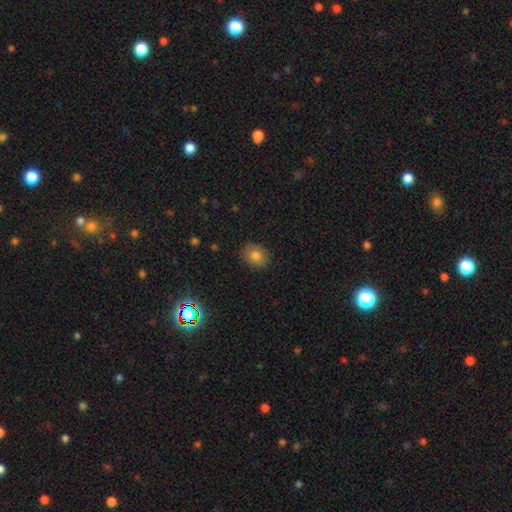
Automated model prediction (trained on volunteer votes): smooth-or-featured: smooth: 80% | star or artifact: 10% | featured or disk: 10%
  how-rounded: round: 56% | in between: 43% | cigar-shaped: 1%
  merging: none: 86% | minor disturbance: 11% | major disturbance: 2% | merger: 1%